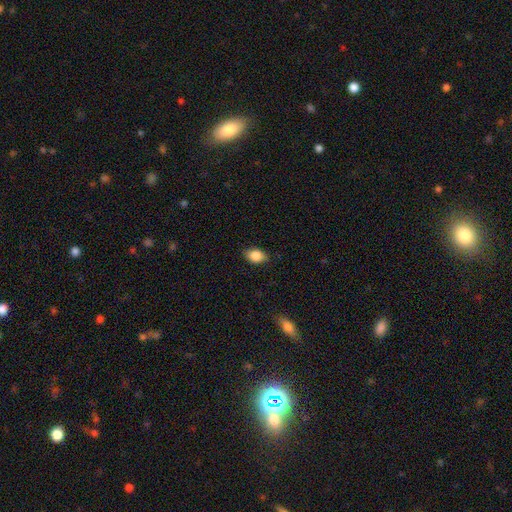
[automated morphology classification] Q: Smooth or featured?
A: smooth (85%); runner-up: featured or disk (8%)
Q: How rounded?
A: in between (84%); runner-up: round (14%)
Q: Merging?
A: none (84%); runner-up: minor disturbance (13%)